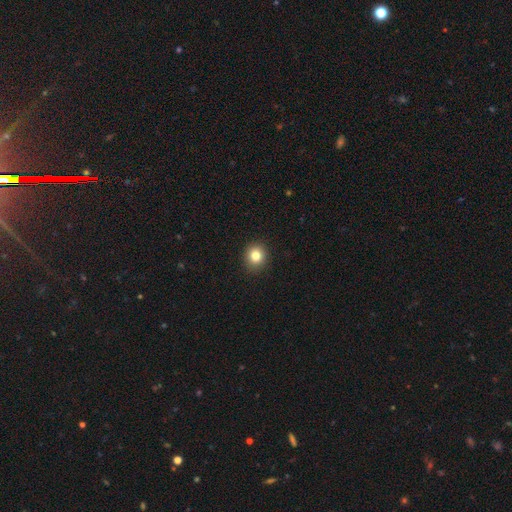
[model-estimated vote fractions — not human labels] Smooth or featured? smooth (82%)
How rounded? round (81%)
Merging? none (91%)